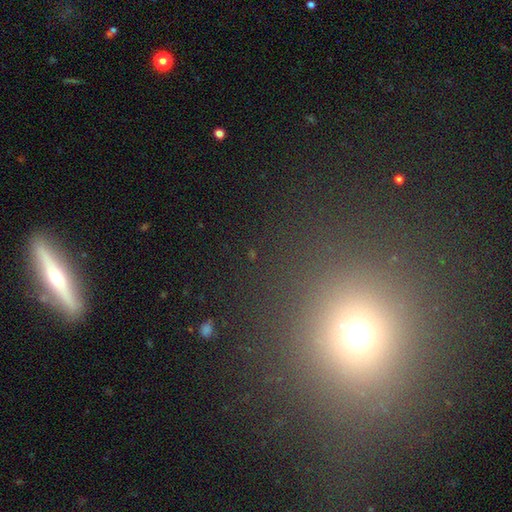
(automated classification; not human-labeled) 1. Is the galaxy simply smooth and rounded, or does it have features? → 48% smooth, 38% star or artifact, 14% featured or disk.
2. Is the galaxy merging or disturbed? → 87% none, 7% minor disturbance, 4% major disturbance, 3% merger.